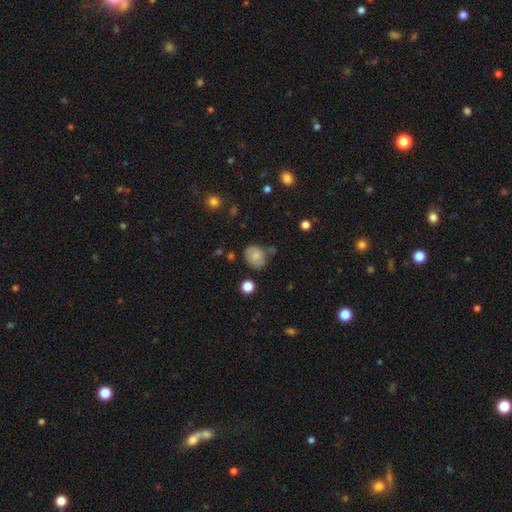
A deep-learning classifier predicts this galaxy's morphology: A smooth galaxy with no disk features (80%) that is round (62%).

Vote fractions:
- Smooth or featured? smooth: 80% / featured or disk: 11% / star or artifact: 9%
- How rounded? round: 62% / in between: 37% / cigar-shaped: 1%
- Merging? none: 65% / minor disturbance: 23% / merger: 7% / major disturbance: 6%